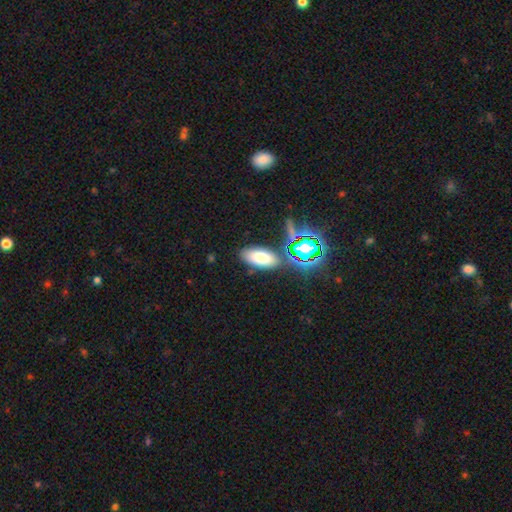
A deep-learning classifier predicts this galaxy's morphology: Smooth or featured? Predicted: smooth (p=0.69). How rounded? Predicted: in between (p=0.85). Merging? Predicted: none (p=0.80).